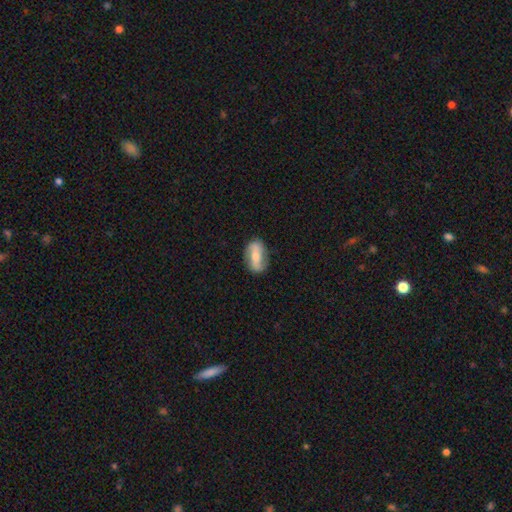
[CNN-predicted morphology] This appears to be a featured or disk galaxy (54%). Merging: none (78%).